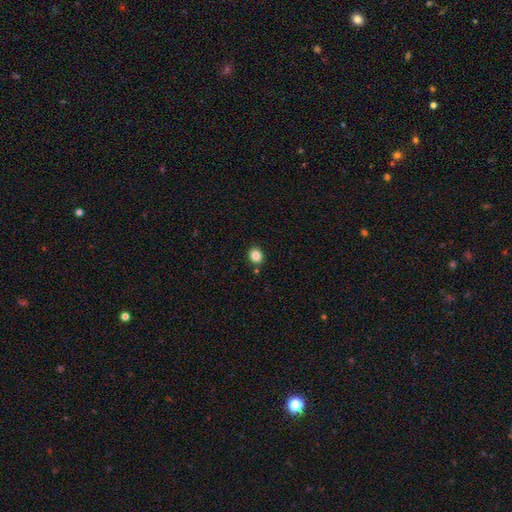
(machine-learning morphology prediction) Smooth or featured? smooth (85%)
How rounded? round (77%)
Merging? none (88%)